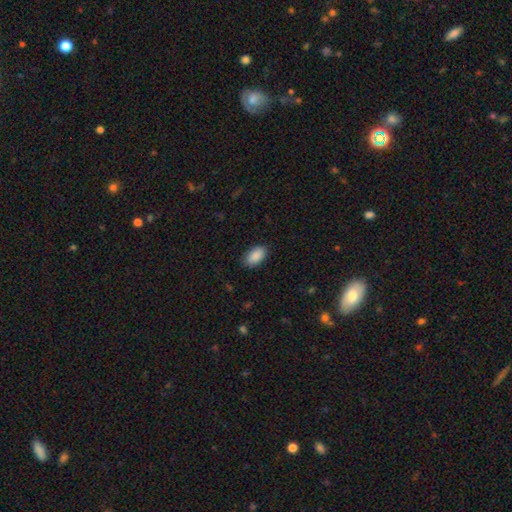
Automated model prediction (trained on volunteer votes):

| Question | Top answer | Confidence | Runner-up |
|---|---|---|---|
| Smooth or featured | smooth | 90% | star or artifact (6%) |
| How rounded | in between | 94% | round (4%) |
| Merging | none | 86% | minor disturbance (11%) |